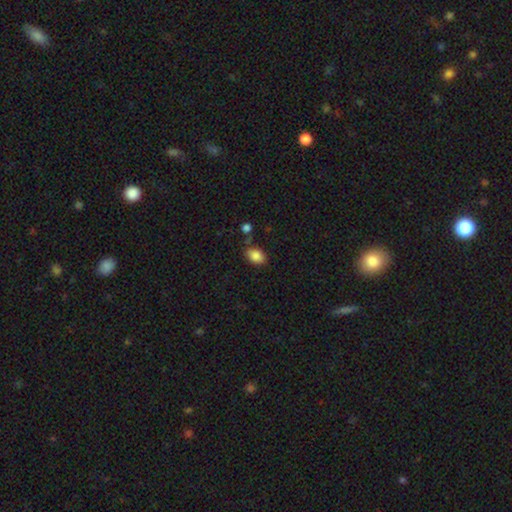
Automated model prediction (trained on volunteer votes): Morphology: type=smooth (87%); roundness=in between (82%); merging=none (75%).